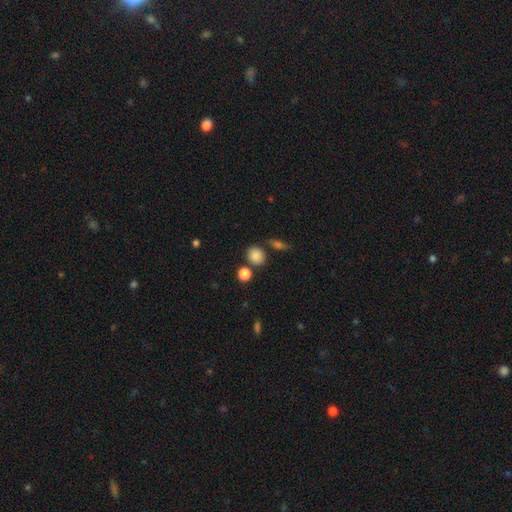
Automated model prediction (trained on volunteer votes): Smooth or featured?
  - smooth: 85% *
  - star or artifact: 11%
  - featured or disk: 5%
How rounded?
  - round: 74% *
  - in between: 25%
  - cigar-shaped: 1%
Merging?
  - none: 75% *
  - merger: 11%
  - minor disturbance: 11%
  - major disturbance: 3%